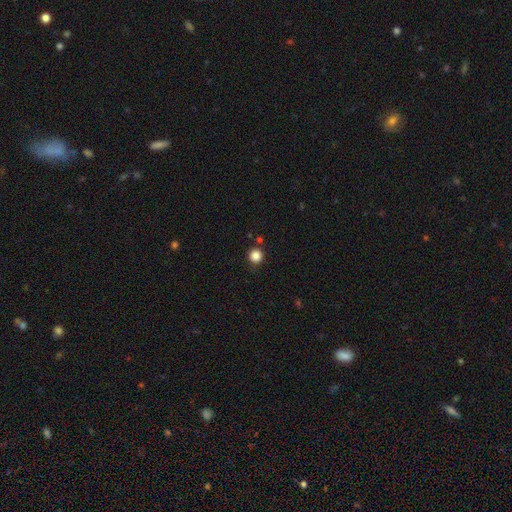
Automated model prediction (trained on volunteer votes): Smooth or featured: smooth — 85% (star or artifact — 12%)
How rounded: round — 94% (in between — 5%)
Merging: none — 87% (minor disturbance — 8%)